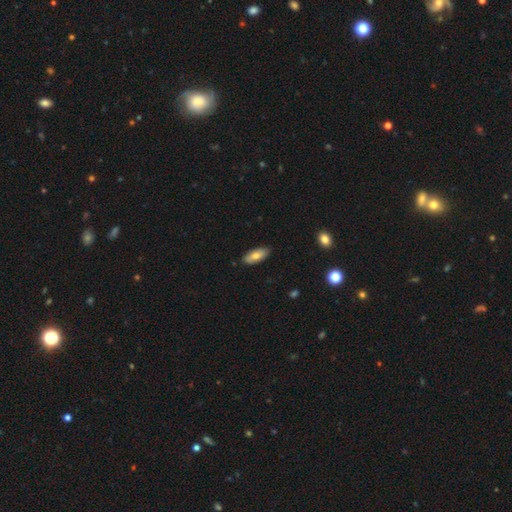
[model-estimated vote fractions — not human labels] The model was most divided on "smooth or featured": smooth: 72%, featured or disk: 21%, star or artifact: 6%. More confident: merging — none (87%); how rounded — in between (82%).